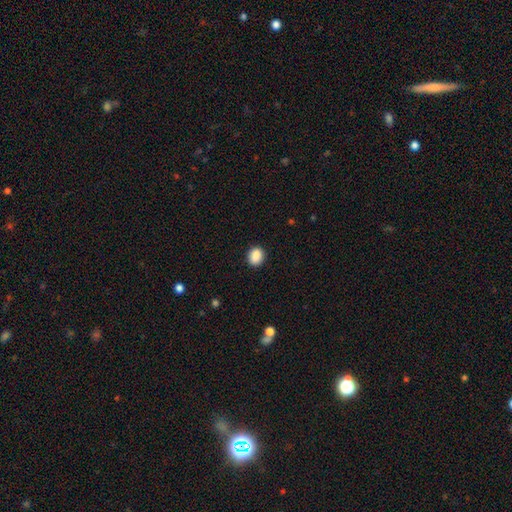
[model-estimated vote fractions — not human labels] This is clearly a smooth galaxy (89%). How rounded: possibly round (59%). Merging: clearly none (89%).